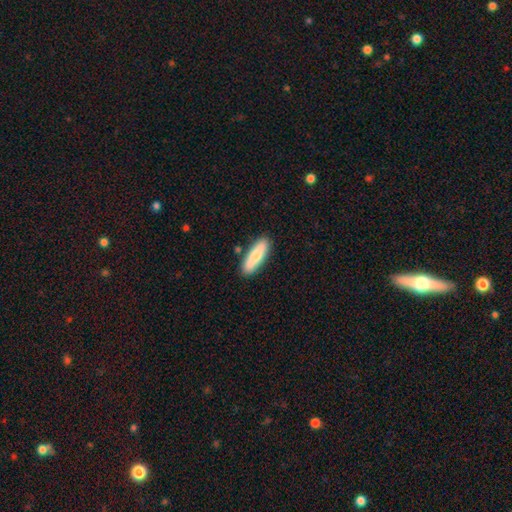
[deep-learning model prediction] smooth-or-featured: smooth: 80% | featured or disk: 14% | star or artifact: 6%
  how-rounded: cigar-shaped: 64% | in between: 35% | round: 2%
  merging: none: 87% | minor disturbance: 9% | merger: 2% | major disturbance: 2%